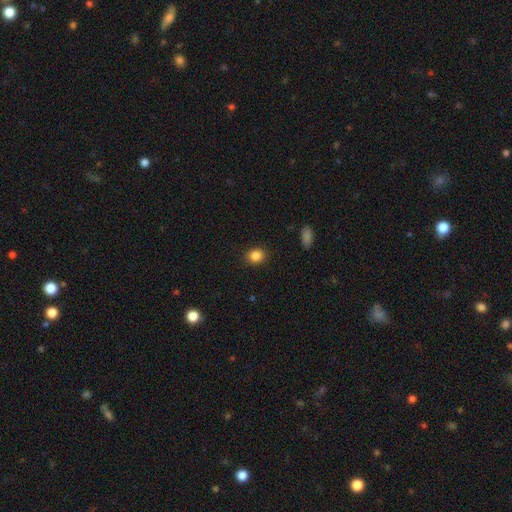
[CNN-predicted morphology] Overall: smooth (85%). How rounded: round (68%; in between 31%). Merging: none (90%).